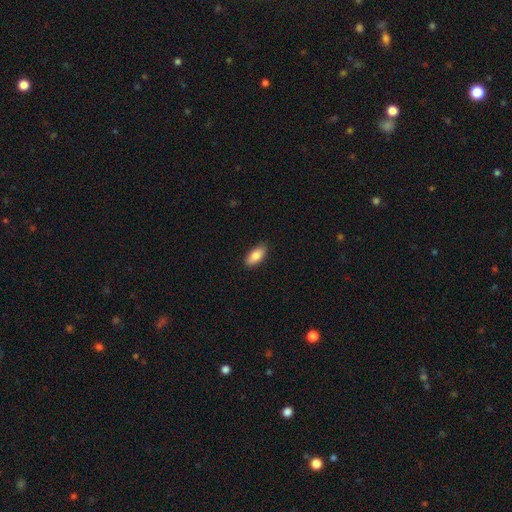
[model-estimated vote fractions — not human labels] This is clearly a smooth galaxy (87%). How rounded: clearly in between (90%). Merging: clearly none (87%).